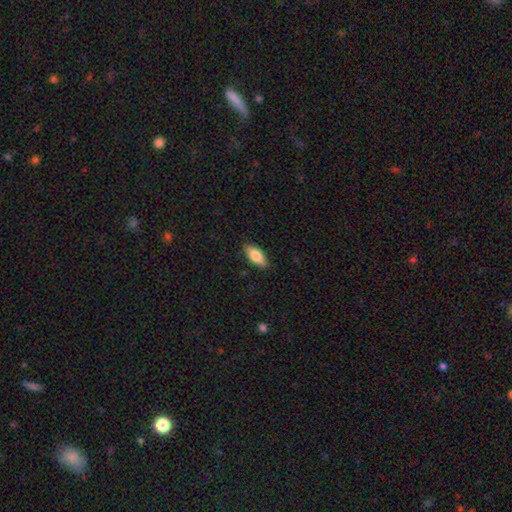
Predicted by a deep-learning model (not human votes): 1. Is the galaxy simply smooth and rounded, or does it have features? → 78% smooth, 16% featured or disk, 6% star or artifact.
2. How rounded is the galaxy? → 83% in between, 14% cigar-shaped, 3% round.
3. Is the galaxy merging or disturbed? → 87% none, 10% minor disturbance, 2% major disturbance, 1% merger.